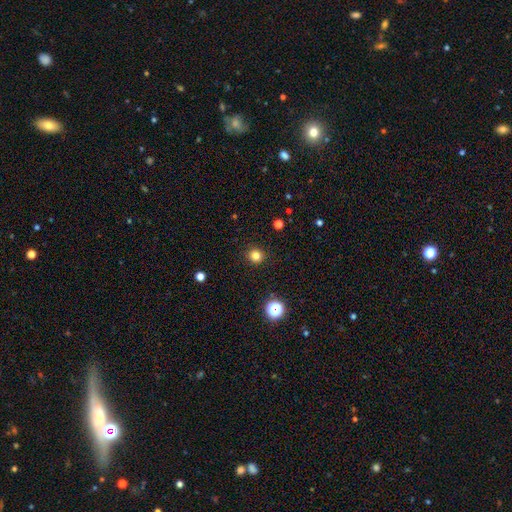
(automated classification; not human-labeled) Smooth or featured? Predicted: smooth (p=0.80). How rounded? Predicted: round (p=0.92). Merging? Predicted: none (p=0.92).